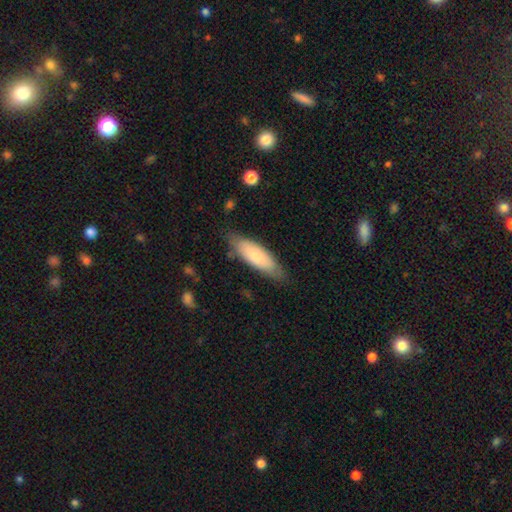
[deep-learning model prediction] Overall: smooth (74%). How rounded: in between (58%; cigar-shaped 40%). Merging: none (77%).